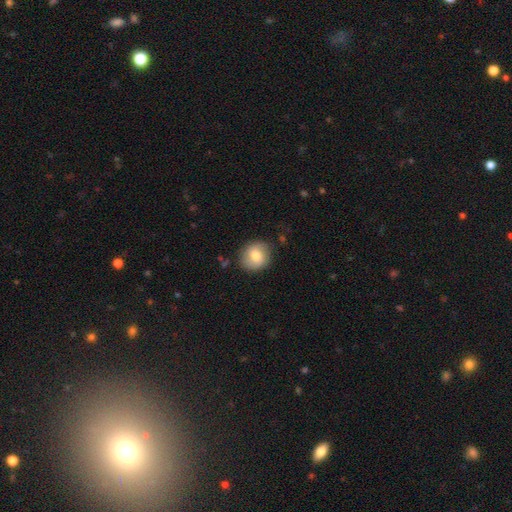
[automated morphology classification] type=smooth (74%); roundness=round (82%); merging=none (83%).